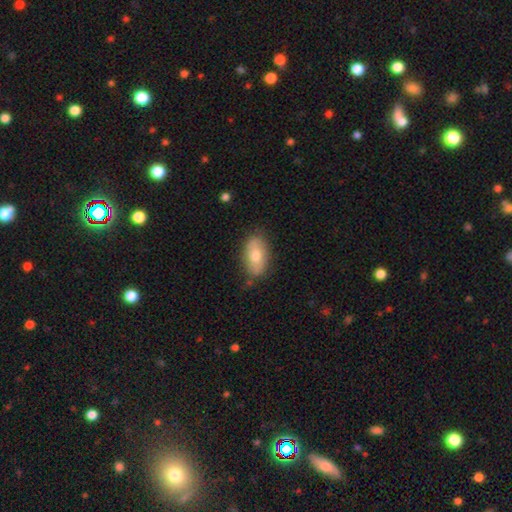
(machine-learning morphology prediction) smooth_or_featured: smooth (p=0.68) [alt: featured or disk p=0.26]
how_rounded: in between (p=0.92) [alt: round p=0.05]
merging: none (p=0.80) [alt: minor disturbance p=0.15]